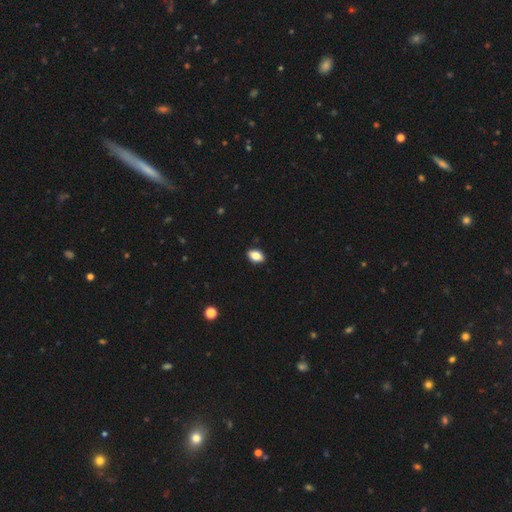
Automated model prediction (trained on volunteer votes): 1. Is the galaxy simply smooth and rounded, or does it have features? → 83% smooth, 9% featured or disk, 8% star or artifact.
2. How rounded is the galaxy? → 86% in between, 12% round, 2% cigar-shaped.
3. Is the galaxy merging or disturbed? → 89% none, 8% minor disturbance, 2% major disturbance, 1% merger.